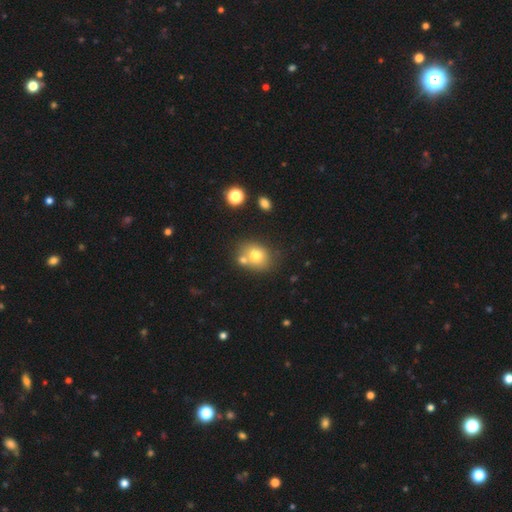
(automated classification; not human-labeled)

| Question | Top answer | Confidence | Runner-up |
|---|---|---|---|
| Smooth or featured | smooth | 72% | featured or disk (16%) |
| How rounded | round | 58% | in between (41%) |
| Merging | none | 56% | merger (28%) |